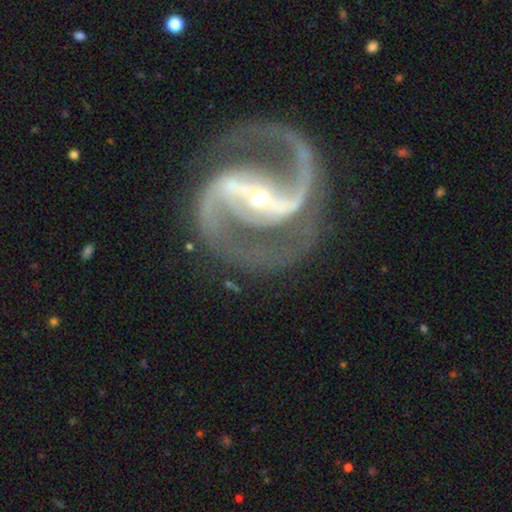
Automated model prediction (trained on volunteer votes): Morphology: type=featured or disk (94%); edge-on=no (98%); bar=strong (71%); spiral arms=yes (99%); winding=medium (65%); arm count=2 (94%); bulge=small (76%); merging=none (81%).